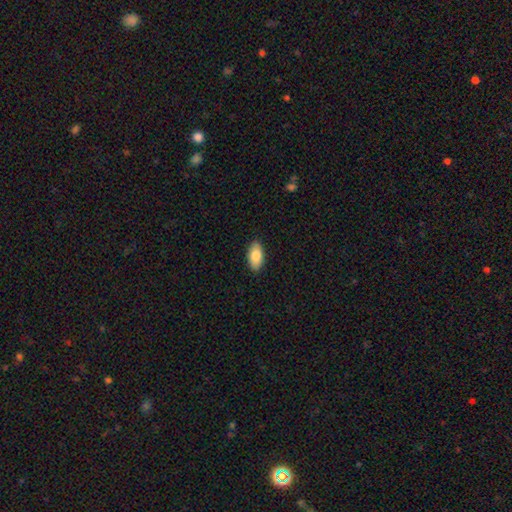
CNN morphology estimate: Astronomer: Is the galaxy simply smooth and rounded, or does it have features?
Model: smooth — 83%.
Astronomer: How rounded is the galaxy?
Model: in between — 92%.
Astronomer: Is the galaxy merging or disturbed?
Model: none — 89%.